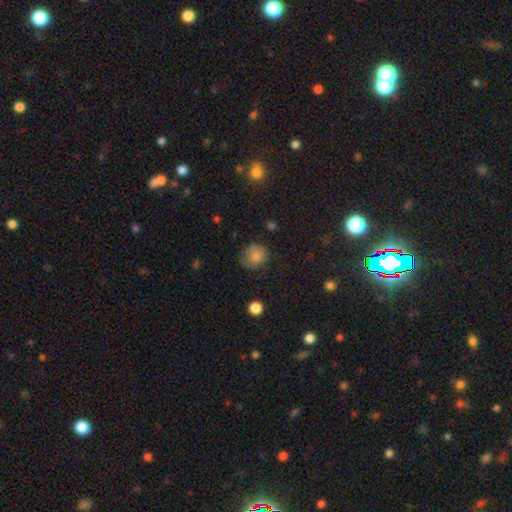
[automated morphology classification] Smooth or featured: smooth — 78% (featured or disk — 13%)
How rounded: round — 82% (in between — 17%)
Merging: none — 62% (minor disturbance — 26%)